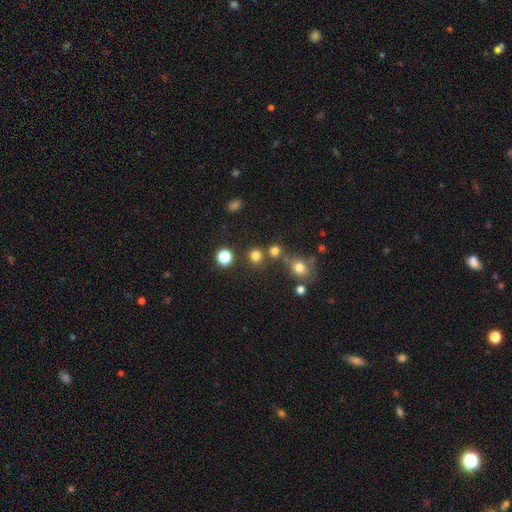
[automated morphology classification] This appears to be a smooth galaxy with no disk features (77%) that is round (90%). Merging: none (76%).